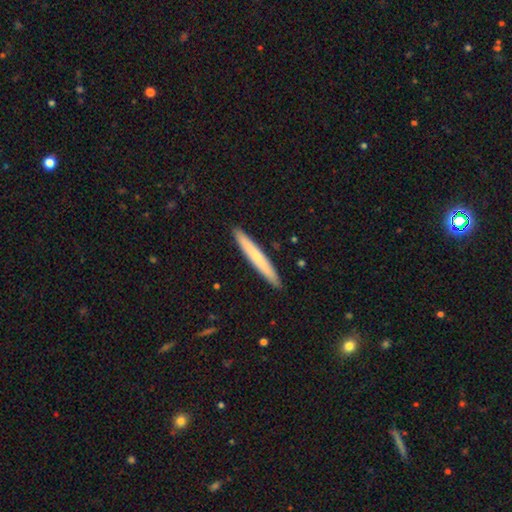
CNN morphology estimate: Q: Smooth or featured?
A: smooth (65%); runner-up: featured or disk (30%)
Q: How rounded?
A: cigar-shaped (96%); runner-up: in between (3%)
Q: Merging?
A: none (92%); runner-up: minor disturbance (5%)